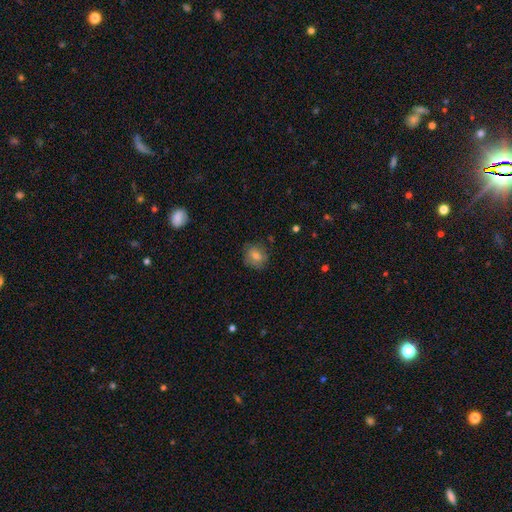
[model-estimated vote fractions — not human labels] Smooth or featured?
  - smooth: 66% *
  - featured or disk: 20%
  - star or artifact: 14%
How rounded?
  - round: 73% *
  - in between: 26%
  - cigar-shaped: 1%
Merging?
  - none: 78% *
  - minor disturbance: 16%
  - major disturbance: 4%
  - merger: 1%